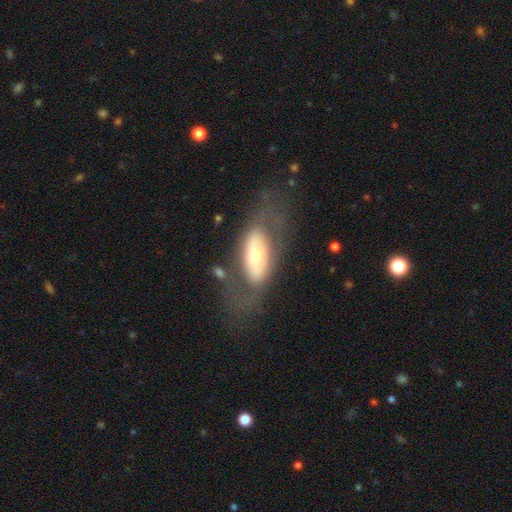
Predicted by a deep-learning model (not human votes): This appears to be a featured or disk galaxy (52%). Merging: none (58%).